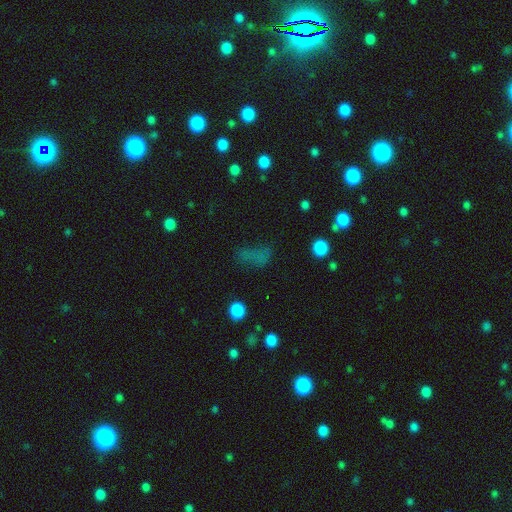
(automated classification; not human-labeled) smooth-or-featured: smooth: 55% | star or artifact: 31% | featured or disk: 14%
  how-rounded: in between: 72% | round: 16% | cigar-shaped: 12%
  merging: none: 50% | major disturbance: 25% | minor disturbance: 21% | merger: 5%